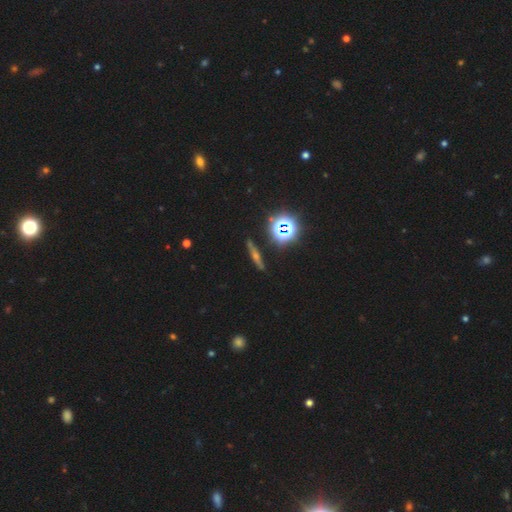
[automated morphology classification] type=featured or disk (49%); merging=none (88%).